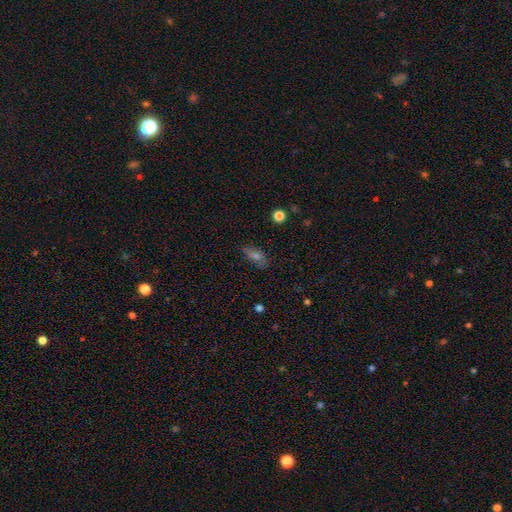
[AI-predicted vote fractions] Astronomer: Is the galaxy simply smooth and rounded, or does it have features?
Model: smooth — 56%.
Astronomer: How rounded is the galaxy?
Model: in between — 74%.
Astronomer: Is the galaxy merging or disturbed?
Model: none — 70%.